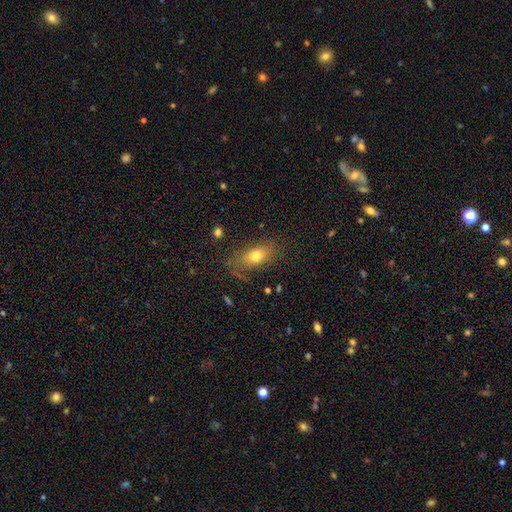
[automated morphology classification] This appears to be a smooth galaxy with no disk features (73%) that is in between round and cigar-shaped (83%). Merging: none (72%).